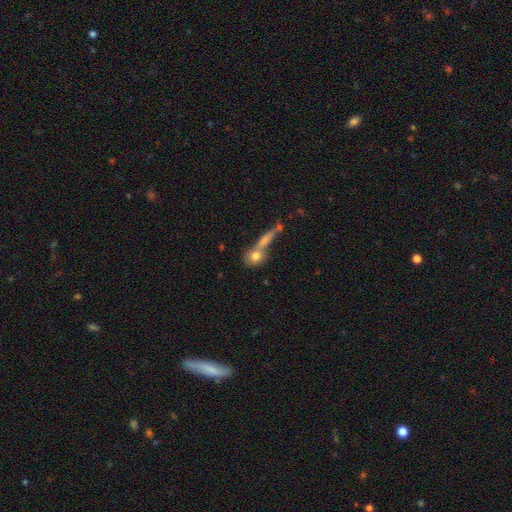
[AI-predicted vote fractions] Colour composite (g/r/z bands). It shows a smooth galaxy with no disk features (72%) that is round (54%). Merging: merger (41%, tied with none).